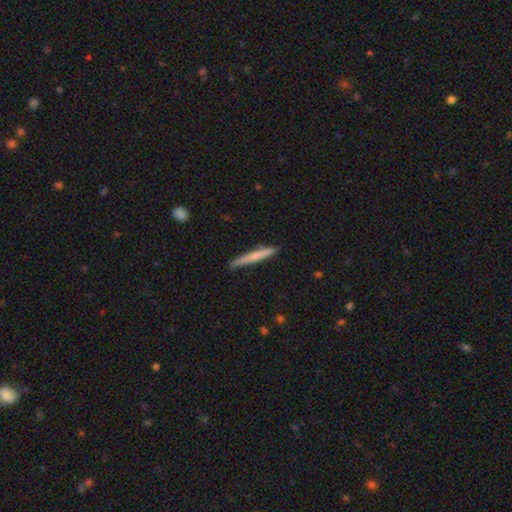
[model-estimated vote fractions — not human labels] The model was most divided on "smooth or featured": smooth: 64%, featured or disk: 31%, star or artifact: 6%. More confident: how rounded — cigar-shaped (96%); merging — none (83%).